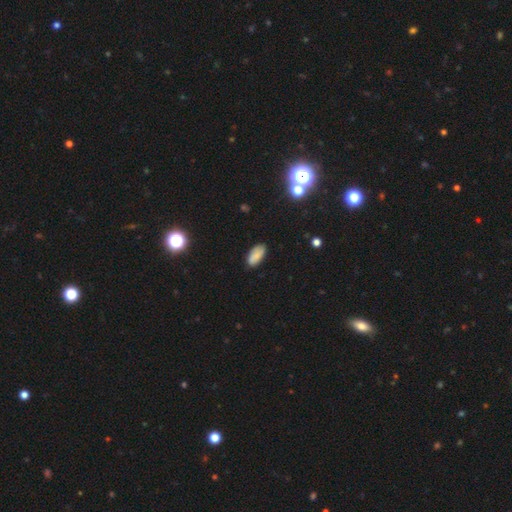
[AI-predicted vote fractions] Smooth or featured?
  - smooth: 82% *
  - star or artifact: 9%
  - featured or disk: 8%
How rounded?
  - in between: 92% *
  - cigar-shaped: 6%
  - round: 2%
Merging?
  - none: 81% *
  - minor disturbance: 15%
  - major disturbance: 3%
  - merger: 1%